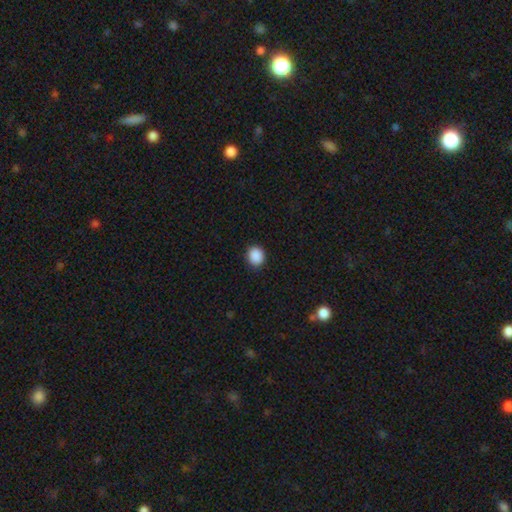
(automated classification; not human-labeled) Overall: smooth (89%). How rounded: round (80%). Merging: none (90%).